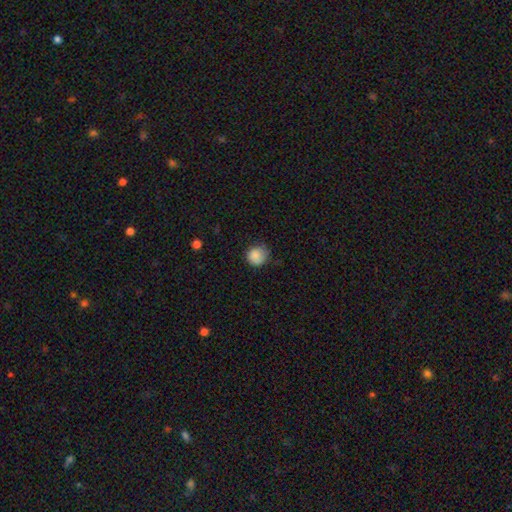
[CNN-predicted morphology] Overall: smooth (86%). How rounded: round (85%). Merging: none (65%; minor disturbance 27%).